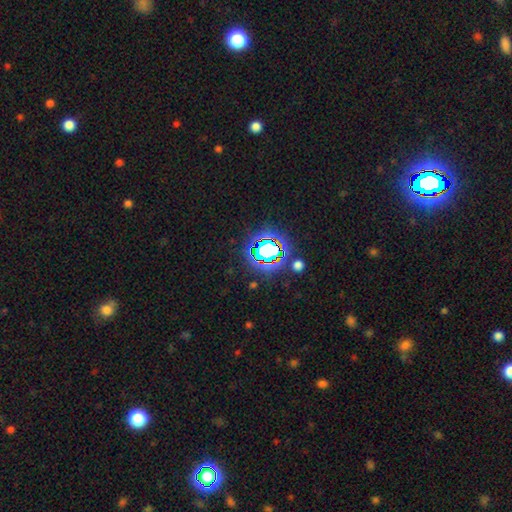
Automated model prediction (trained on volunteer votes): Smooth or featured?
  - star or artifact: 75% *
  - smooth: 15%
  - featured or disk: 9%